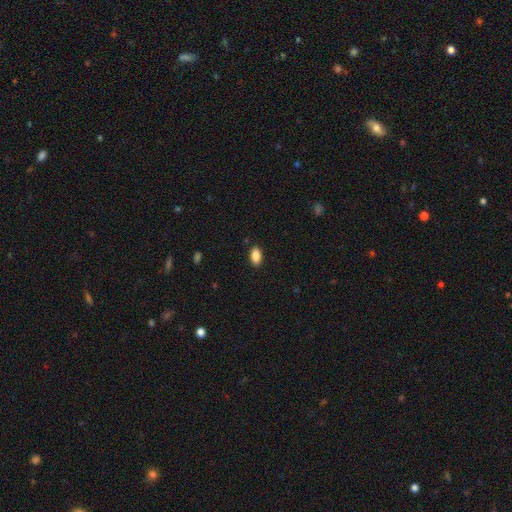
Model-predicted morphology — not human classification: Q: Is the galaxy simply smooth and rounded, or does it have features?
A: smooth — 87%.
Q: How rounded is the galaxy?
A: in between — 92%.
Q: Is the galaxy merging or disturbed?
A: none — 88%.